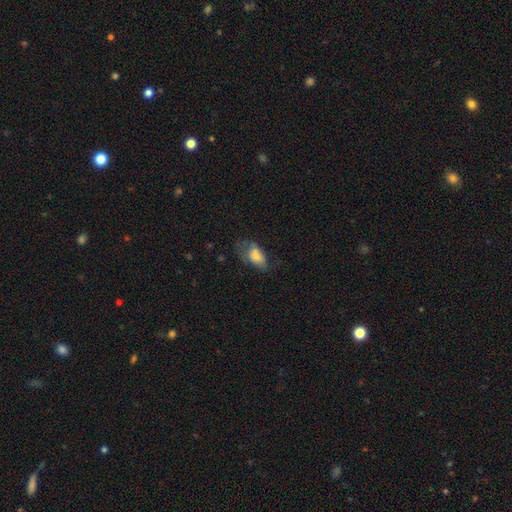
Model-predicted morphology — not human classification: type=smooth (69%); roundness=in between (91%); merging=none (32%).